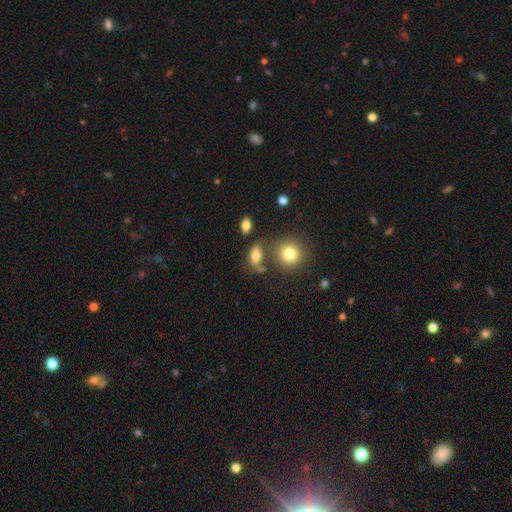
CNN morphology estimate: smooth 78%, featured or disk 11%, star or artifact 11%. Down the decision tree: how rounded — in between (80%); merging — none (62%).